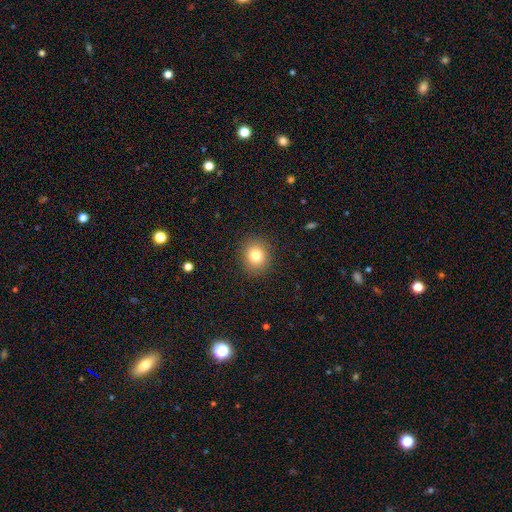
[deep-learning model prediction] Smooth or featured?
  - smooth: 80% *
  - star or artifact: 11%
  - featured or disk: 8%
How rounded?
  - round: 77% *
  - in between: 22%
  - cigar-shaped: 1%
Merging?
  - none: 89% *
  - minor disturbance: 7%
  - major disturbance: 3%
  - merger: 1%